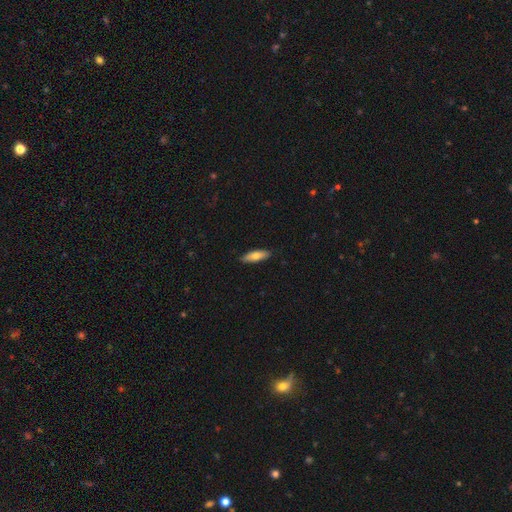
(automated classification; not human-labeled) Smooth or featured? Predicted: smooth (p=0.71). How rounded? Predicted: cigar-shaped (p=0.52). Merging? Predicted: none (p=0.89).